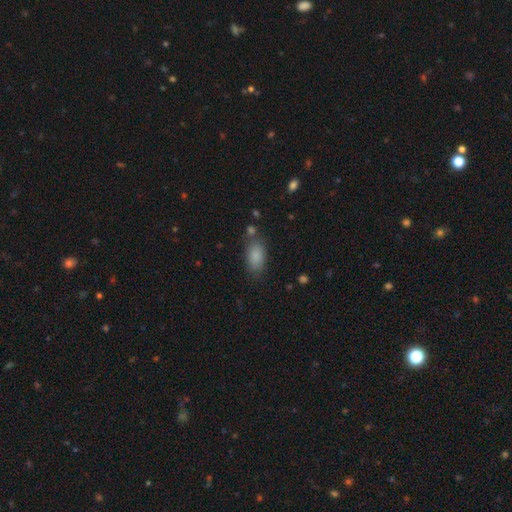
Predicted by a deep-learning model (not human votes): Overall: smooth (86%). How rounded: in between (90%). Merging: none (71%).